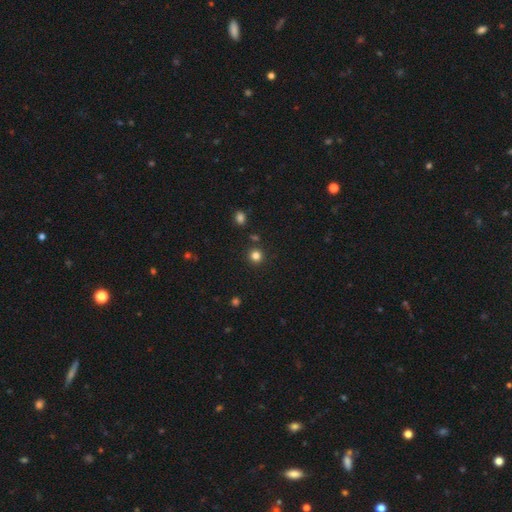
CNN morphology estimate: Smooth or featured? Predicted: smooth (p=0.81). How rounded? Predicted: round (p=0.94). Merging? Predicted: none (p=0.88).